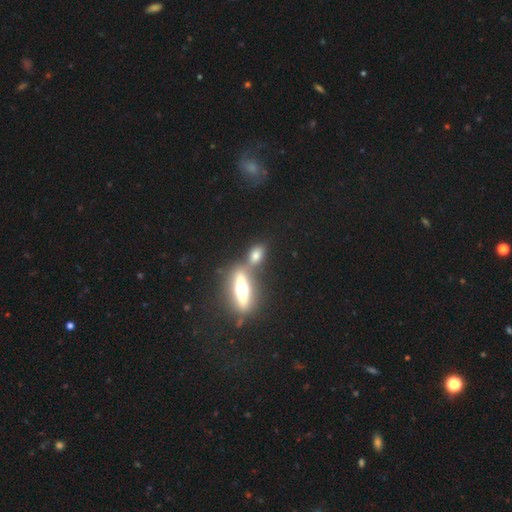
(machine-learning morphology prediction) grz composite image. It shows a smooth galaxy with no disk features (62%) that is in between round and cigar-shaped (68%). Merging: none (53%).